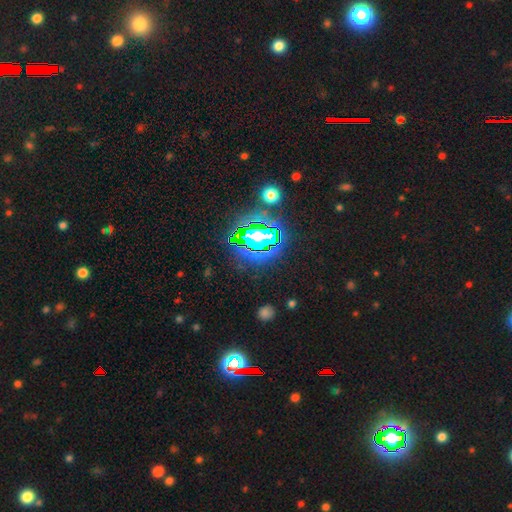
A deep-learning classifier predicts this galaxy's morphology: smooth_or_featured: star or artifact (p=0.84) [alt: smooth p=0.10]